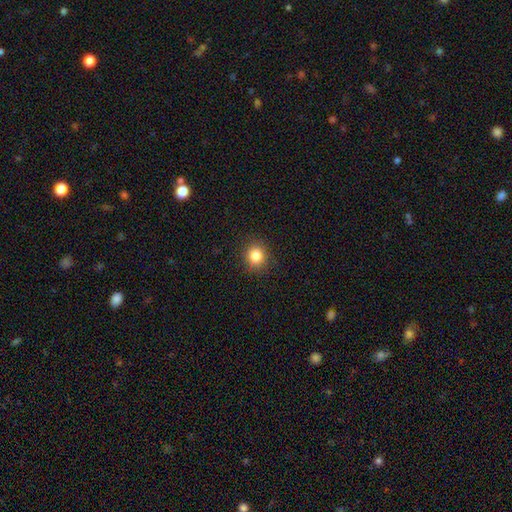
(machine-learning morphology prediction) Overall: smooth (84%). How rounded: round (83%). Merging: none (89%).